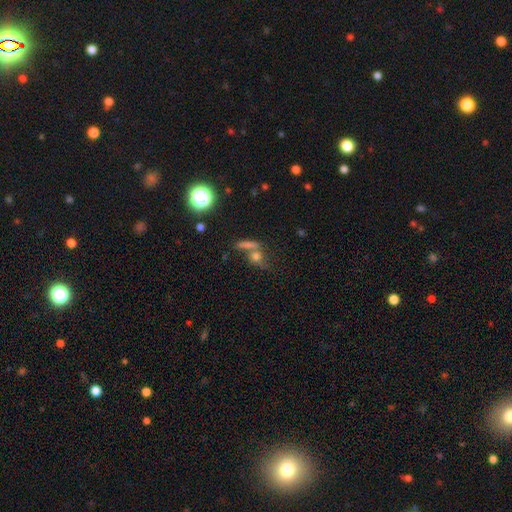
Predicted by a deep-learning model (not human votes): smooth 41%, star or artifact 30%, featured or disk 29%. Down the decision tree: merging — merger (43%).